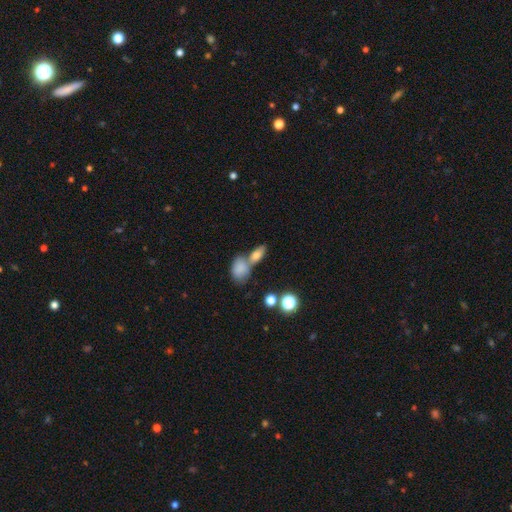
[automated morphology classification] This appears to be a smooth galaxy with no disk features (74%) that is in between round and cigar-shaped (77%). Merging: merger (45%).